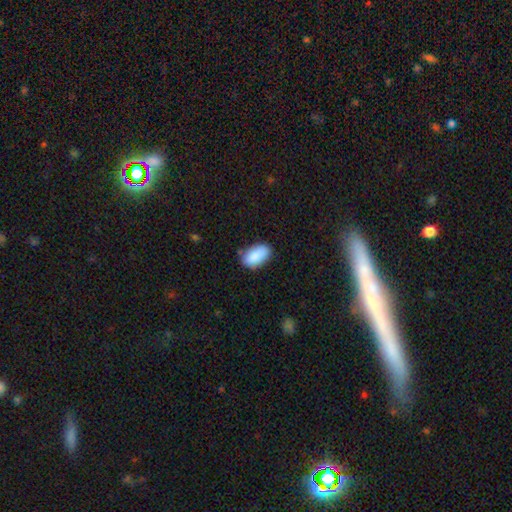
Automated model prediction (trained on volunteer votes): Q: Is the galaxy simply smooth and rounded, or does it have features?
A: smooth — 89%.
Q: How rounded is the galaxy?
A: in between — 93%.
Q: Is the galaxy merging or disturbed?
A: none — 75%.